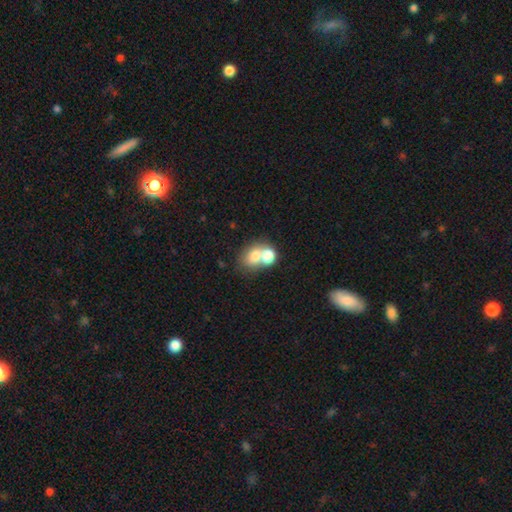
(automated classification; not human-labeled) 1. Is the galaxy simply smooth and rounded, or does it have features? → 72% smooth, 18% featured or disk, 11% star or artifact.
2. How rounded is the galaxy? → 51% in between, 48% round, 1% cigar-shaped.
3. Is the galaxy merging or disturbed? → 60% merger, 29% none, 7% minor disturbance, 4% major disturbance.